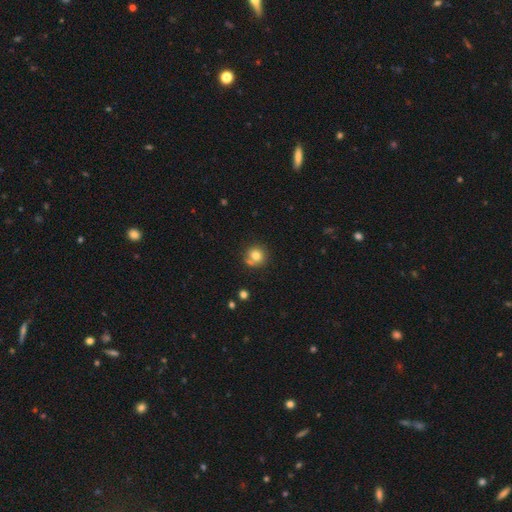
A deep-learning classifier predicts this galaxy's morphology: Smooth or featured?
  - smooth: 78% *
  - featured or disk: 11%
  - star or artifact: 11%
How rounded?
  - round: 87% *
  - in between: 12%
  - cigar-shaped: 1%
Merging?
  - none: 63% *
  - merger: 17%
  - minor disturbance: 15%
  - major disturbance: 5%